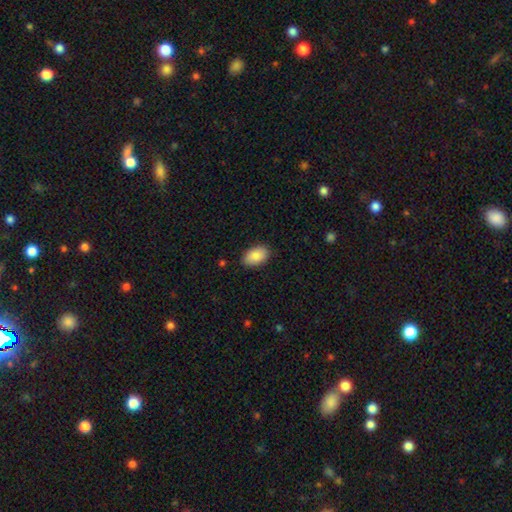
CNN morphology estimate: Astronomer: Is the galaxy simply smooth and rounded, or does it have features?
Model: smooth — 89%.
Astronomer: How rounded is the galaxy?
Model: in between — 93%.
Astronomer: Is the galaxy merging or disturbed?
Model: none — 87%.